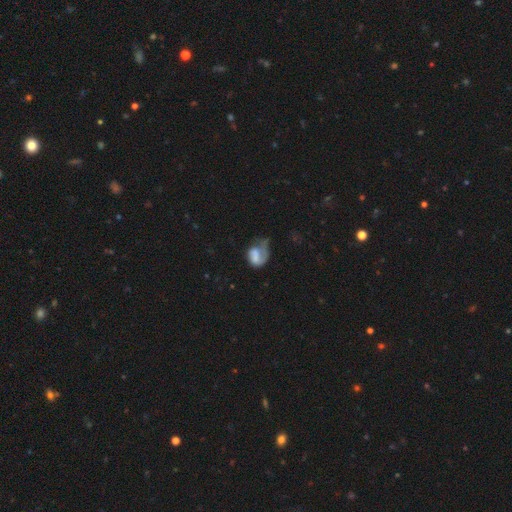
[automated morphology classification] Q: Smooth or featured?
A: smooth (48%); runner-up: featured or disk (43%)
Q: Merging?
A: major disturbance (49%); runner-up: none (23%)